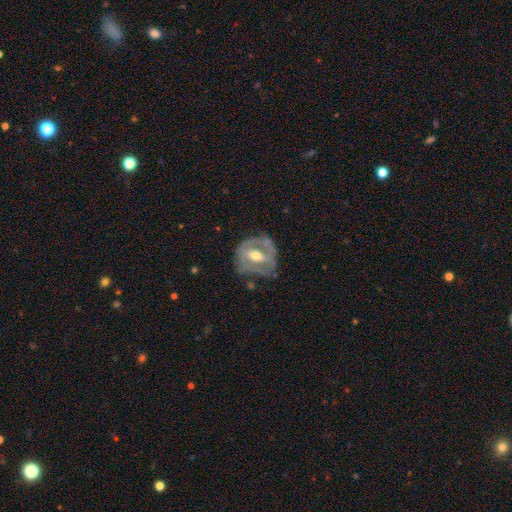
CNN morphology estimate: The model was most divided on "spiral arms": yes: 51%, no: 49%. Remaining: edge-on disk — no (94%); smooth or featured — featured or disk (72%); bulge size — moderate (69%); merging — none (55%); bar — weak (40%).